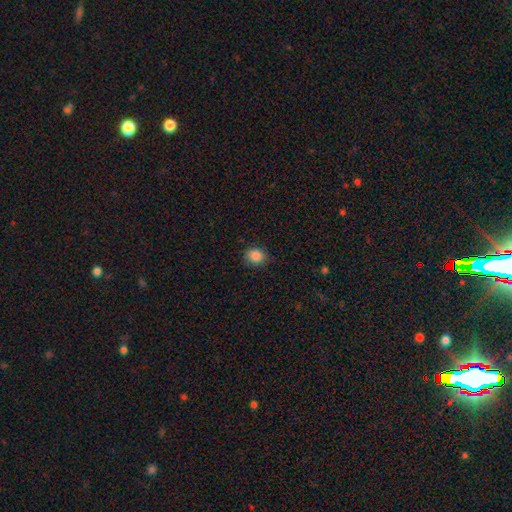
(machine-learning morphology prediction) Overall: smooth (86%). How rounded: round (76%). Merging: none (83%).